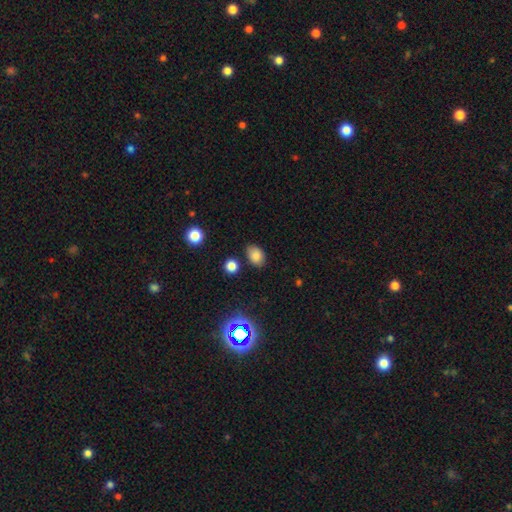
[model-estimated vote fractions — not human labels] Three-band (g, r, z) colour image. It shows a smooth galaxy with no disk features (80%) that is in between round and cigar-shaped (79%). Merging: none (80%).